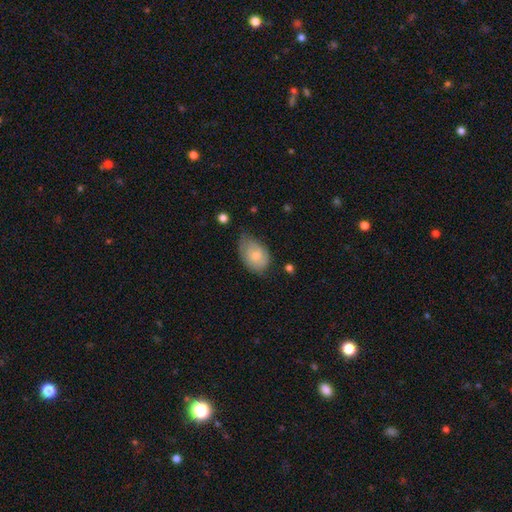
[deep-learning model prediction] This is likely a smooth galaxy (64%). How rounded: clearly in between (82%). Merging: possibly none (48%).